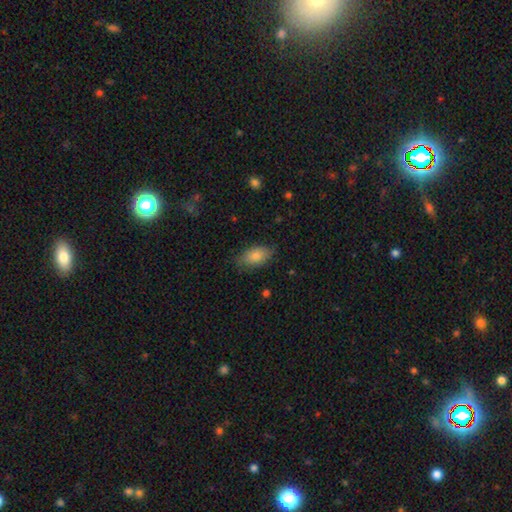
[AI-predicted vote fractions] Q: Smooth or featured?
A: smooth (81%); runner-up: featured or disk (12%)
Q: How rounded?
A: in between (91%); runner-up: cigar-shaped (4%)
Q: Merging?
A: none (79%); runner-up: minor disturbance (17%)